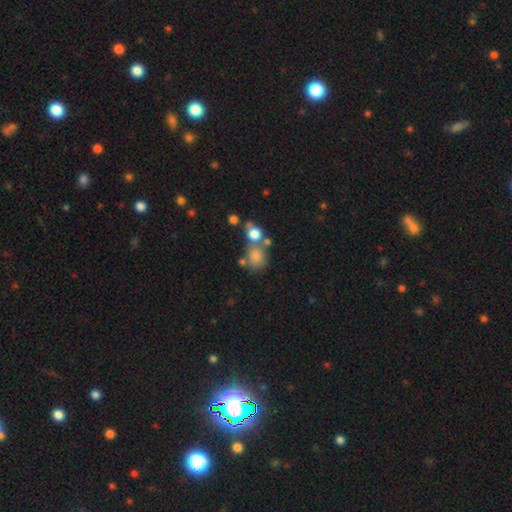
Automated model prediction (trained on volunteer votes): Smooth or featured? Predicted: smooth (p=0.74). How rounded? Predicted: round (p=0.68). Merging? Predicted: none (p=0.42).